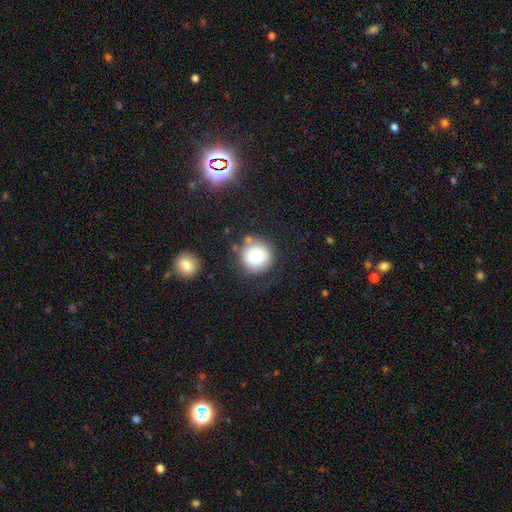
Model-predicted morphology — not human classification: This appears to be a smooth galaxy with no disk features (83%) that is round (93%). Merging: none (72%).